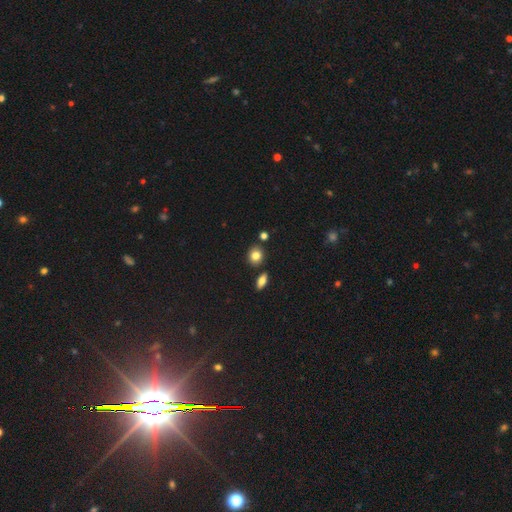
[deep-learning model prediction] Smooth or featured? Predicted: smooth (p=0.82). How rounded? Predicted: round (p=0.72). Merging? Predicted: none (p=0.80).